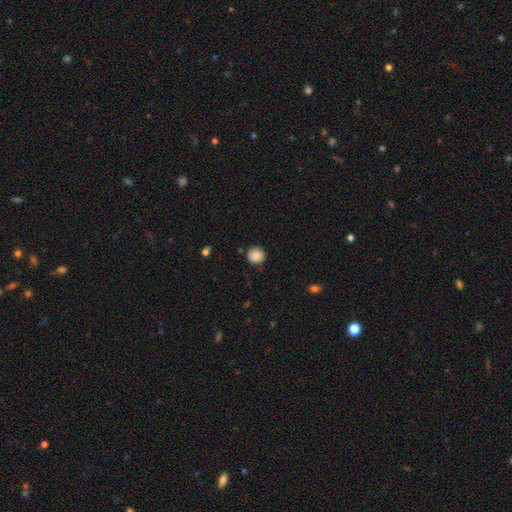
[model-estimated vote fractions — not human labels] smooth-or-featured: smooth: 88% | star or artifact: 9% | featured or disk: 3%
  how-rounded: round: 92% | in between: 8% | cigar-shaped: 1%
  merging: none: 87% | minor disturbance: 9% | major disturbance: 2% | merger: 2%